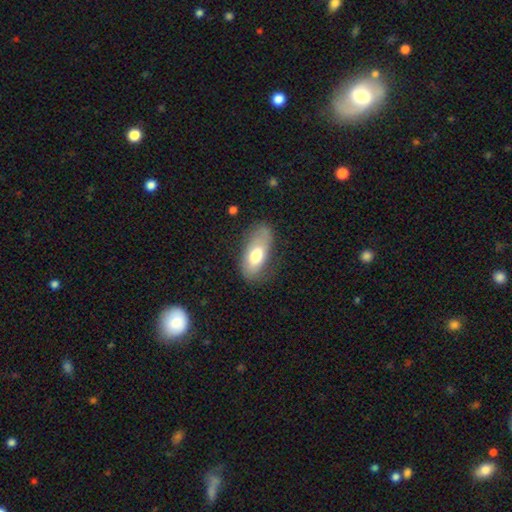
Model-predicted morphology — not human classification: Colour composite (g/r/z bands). It shows a smooth galaxy with no disk features (65%) that is in between round and cigar-shaped (90%). Merging: none (63%).